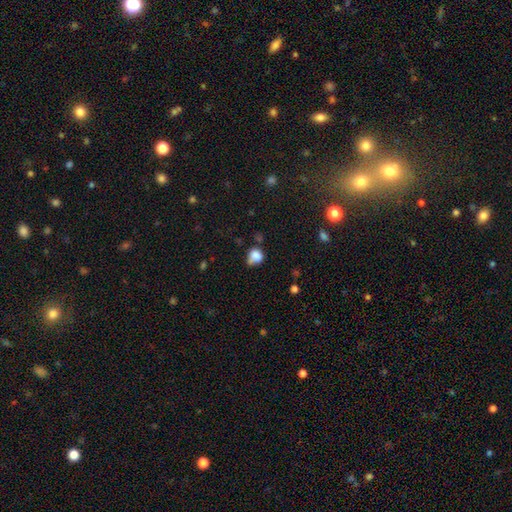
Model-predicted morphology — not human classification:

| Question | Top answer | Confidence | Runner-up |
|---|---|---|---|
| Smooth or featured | smooth | 79% | star or artifact (11%) |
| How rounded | round | 55% | in between (43%) |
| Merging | none | 35% | minor disturbance (34%) |